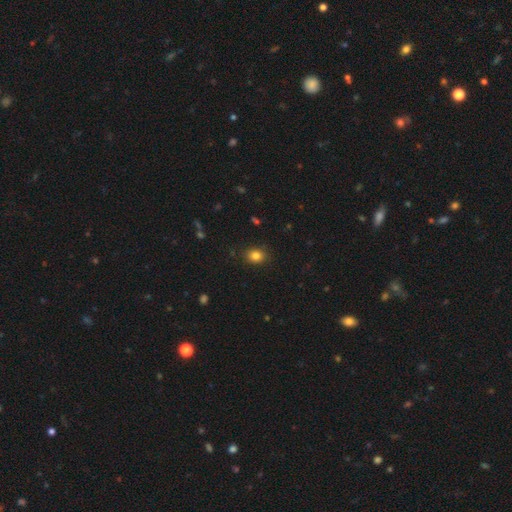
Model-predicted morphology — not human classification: smooth 83%, star or artifact 12%, featured or disk 6%. Down the decision tree: how rounded — in between (50%); merging — none (86%).